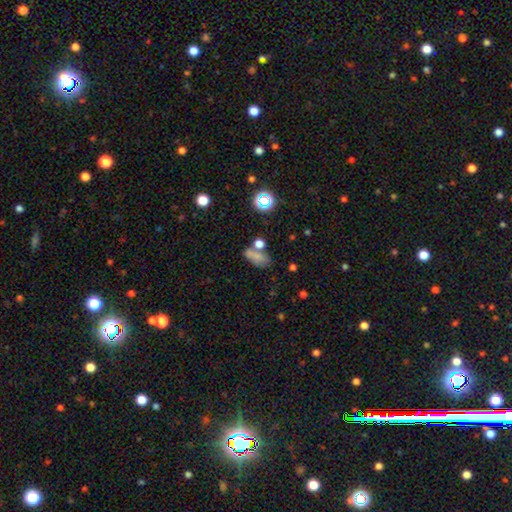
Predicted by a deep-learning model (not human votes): This appears to be a smooth galaxy with no disk features (68%) that is in between round and cigar-shaped (79%). Merging: none (43%).